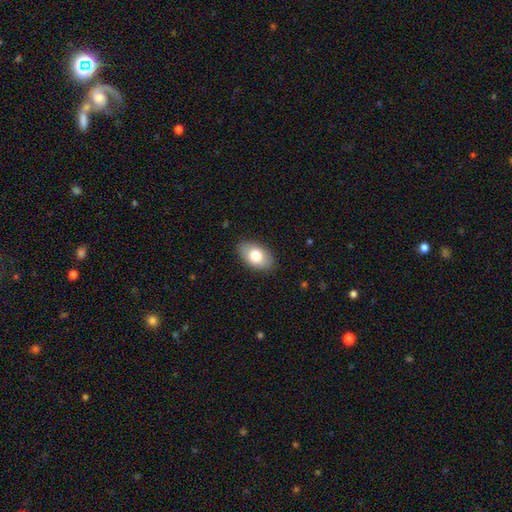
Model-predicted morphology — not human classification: smooth-or-featured: smooth: 76% | featured or disk: 17% | star or artifact: 7%
  how-rounded: in between: 91% | round: 7% | cigar-shaped: 1%
  merging: none: 86% | minor disturbance: 11% | major disturbance: 3% | merger: 1%